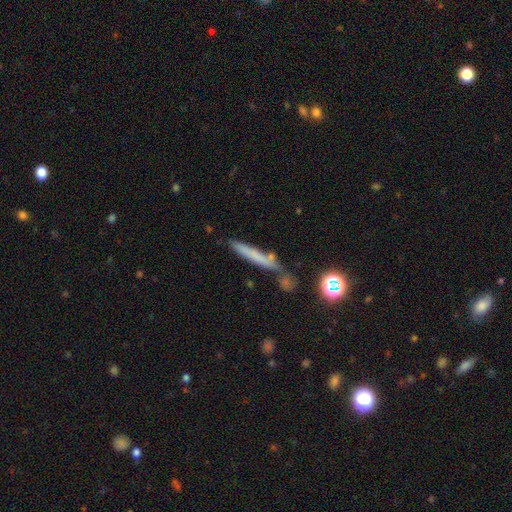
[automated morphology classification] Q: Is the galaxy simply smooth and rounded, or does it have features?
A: smooth — 58%.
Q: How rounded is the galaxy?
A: cigar-shaped — 92%.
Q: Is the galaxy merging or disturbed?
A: none — 66%.